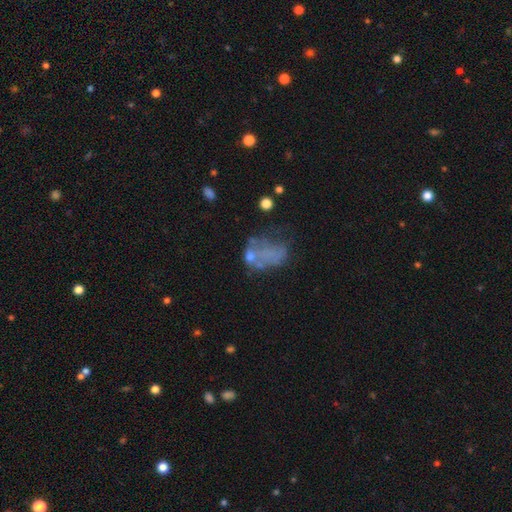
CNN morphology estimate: Smooth or featured?
  - featured or disk: 46% *
  - smooth: 38%
  - star or artifact: 16%
Merging?
  - major disturbance: 36% *
  - none: 28%
  - minor disturbance: 20%
  - merger: 17%